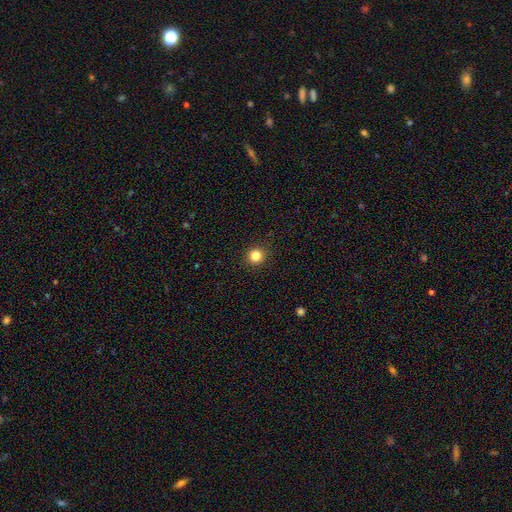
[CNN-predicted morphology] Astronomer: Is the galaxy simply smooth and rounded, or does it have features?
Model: smooth — 83%.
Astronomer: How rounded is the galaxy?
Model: round — 93%.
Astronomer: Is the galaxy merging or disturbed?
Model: none — 92%.